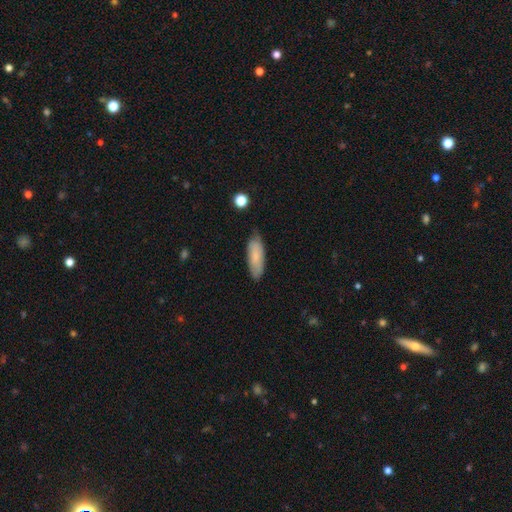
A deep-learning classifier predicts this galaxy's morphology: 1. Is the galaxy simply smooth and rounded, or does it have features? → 76% smooth, 17% featured or disk, 6% star or artifact.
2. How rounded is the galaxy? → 64% in between, 34% cigar-shaped, 2% round.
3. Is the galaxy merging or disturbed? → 74% none, 21% minor disturbance, 3% major disturbance, 1% merger.